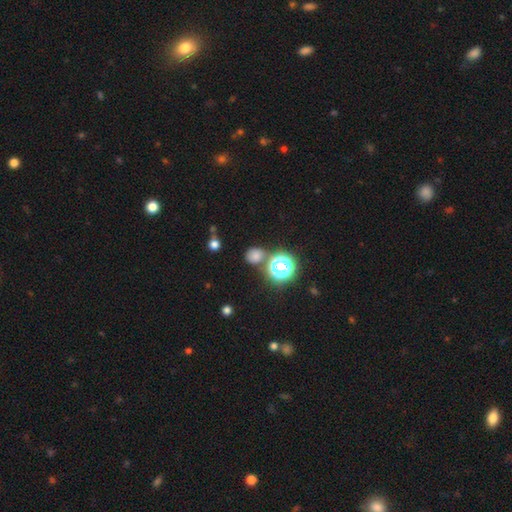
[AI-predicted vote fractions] This appears to be a smooth galaxy with no disk features (69%) that is round (79%). Merging: none (74%).